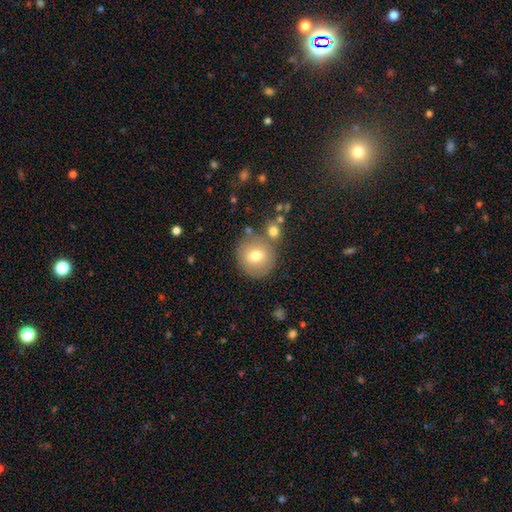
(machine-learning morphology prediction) smooth 72%, featured or disk 19%, star or artifact 9%. Down the decision tree: how rounded — round (90%); merging — none (72%).